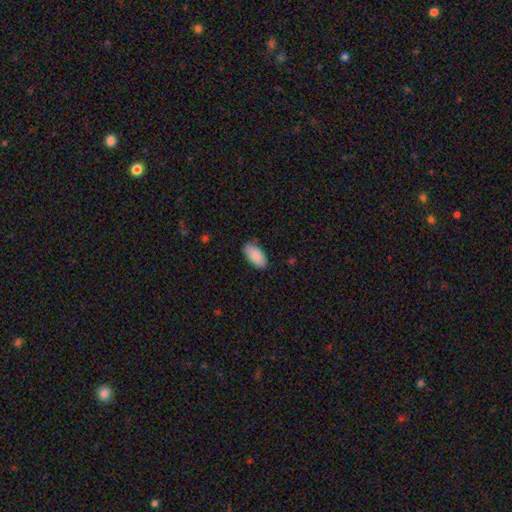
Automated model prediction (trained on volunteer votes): smooth-or-featured: smooth: 88% | featured or disk: 6% | star or artifact: 6%
  how-rounded: in between: 94% | cigar-shaped: 4% | round: 2%
  merging: none: 82% | minor disturbance: 14% | major disturbance: 2% | merger: 1%